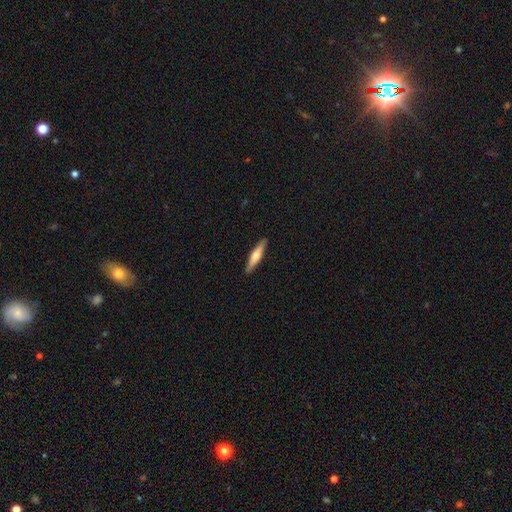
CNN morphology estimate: The model was most divided on "smooth or featured": smooth: 50%, featured or disk: 45%, star or artifact: 5%. More confident: merging — none (90%).